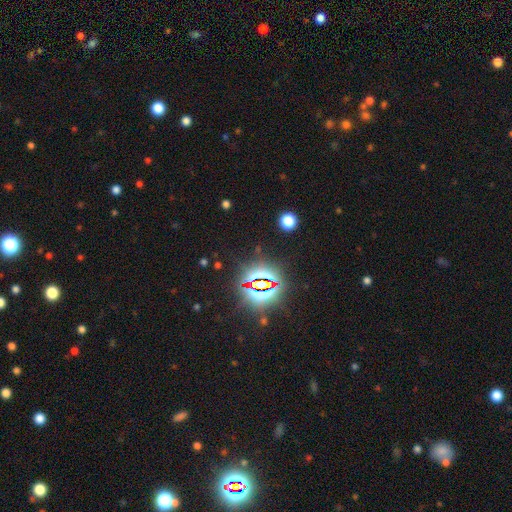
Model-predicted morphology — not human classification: A star or artifact, not a galaxy (84%).